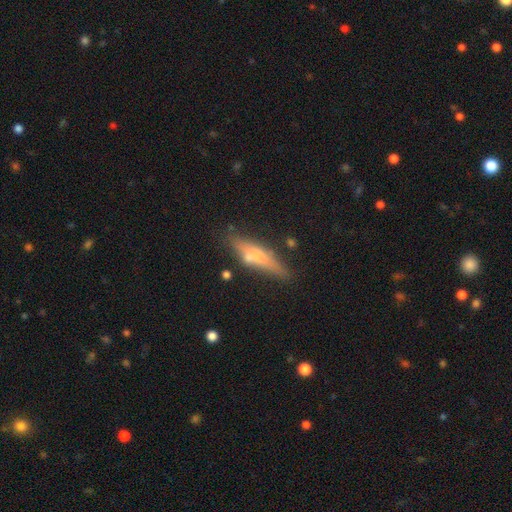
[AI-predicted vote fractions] A smooth galaxy with no disk features (47%).

Vote fractions:
- Smooth or featured? smooth: 47% / featured or disk: 45% / star or artifact: 8%
- Merging? none: 67% / minor disturbance: 20% / merger: 7% / major disturbance: 6%